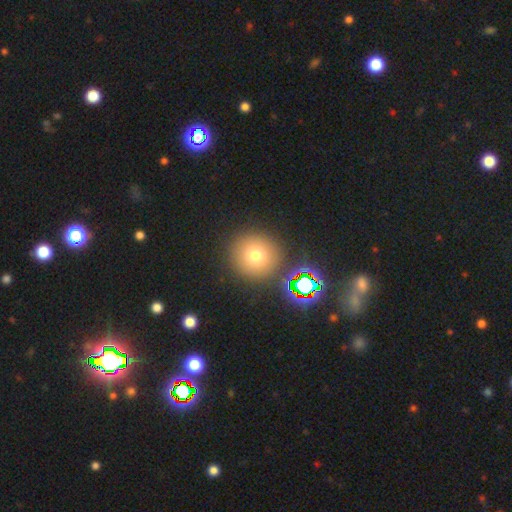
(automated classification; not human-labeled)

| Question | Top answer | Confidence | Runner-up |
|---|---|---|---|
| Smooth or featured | smooth | 70% | star or artifact (21%) |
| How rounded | round | 92% | in between (7%) |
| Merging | none | 85% | minor disturbance (7%) |